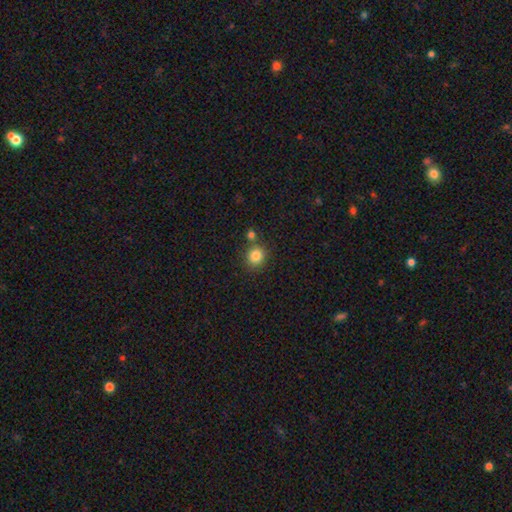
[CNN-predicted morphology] A smooth galaxy with no disk features (83%) that is round (86%). Merging: none (73%).